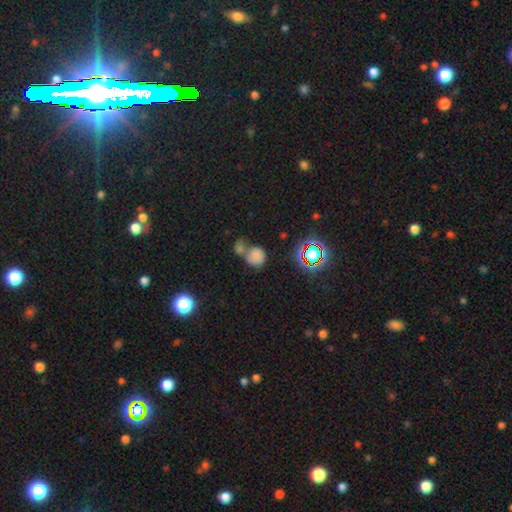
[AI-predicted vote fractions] smooth 70%, star or artifact 17%, featured or disk 13%. Down the decision tree: how rounded — round (78%); merging — merger (57%).